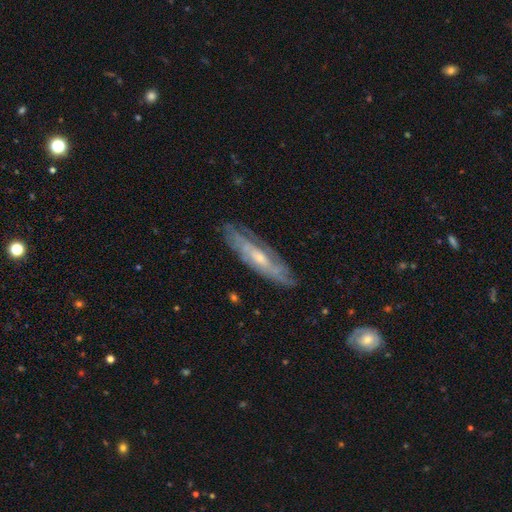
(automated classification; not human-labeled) A featured or disk galaxy (69%).

Vote fractions:
- Smooth or featured? featured or disk: 69% / smooth: 22% / star or artifact: 9%
- Edge-on disk? no: 53% / yes: 47%
- Merging? none: 82% / minor disturbance: 14% / major disturbance: 3% / merger: 1%